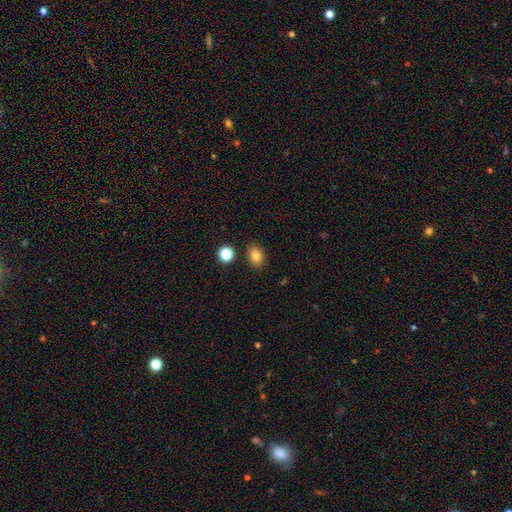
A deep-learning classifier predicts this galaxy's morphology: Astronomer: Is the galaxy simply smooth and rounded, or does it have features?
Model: smooth — 82%.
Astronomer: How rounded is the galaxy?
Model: in between — 58% (runner-up: round, 40%).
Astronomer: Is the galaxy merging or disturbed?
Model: none — 86%.